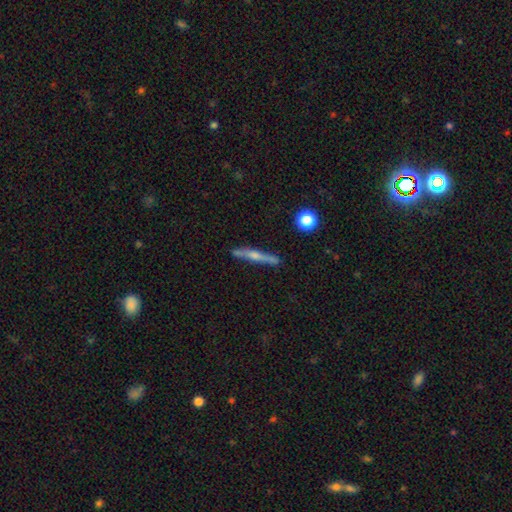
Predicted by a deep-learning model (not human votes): Smooth or featured? featured or disk (64%)
Edge-on disk? yes (96%)
Edge-on bulge? rounded (80%)
Merging? none (84%)